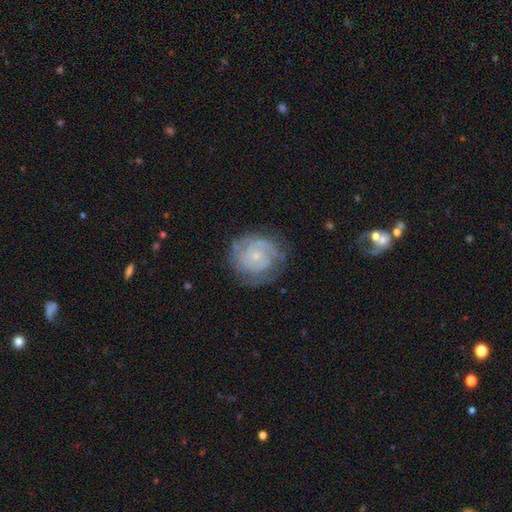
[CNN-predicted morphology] A featured or disk galaxy (75%) with no bar (78%), tight (70%) spiral arms (89%) and a small central bulge (76%).

Vote fractions:
- Smooth or featured? featured or disk: 75% / smooth: 18% / star or artifact: 6%
- Edge-on disk? no: 98% / yes: 2%
- Bar? no: 78% / weak: 19% / strong: 3%
- Spiral arms? yes: 89% / no: 11%
- Spiral winding? tight: 70% / medium: 24% / loose: 7%
- Spiral arm count? can't tell: 38% / 2: 32% / 3: 15% / 1: 6% / 4: 5% / more than 4: 4%
- Bulge size? small: 76% / moderate: 19% / none: 3% / large: 1% / dominant: 1%
- Merging? none: 71% / minor disturbance: 19% / major disturbance: 9% / merger: 1%